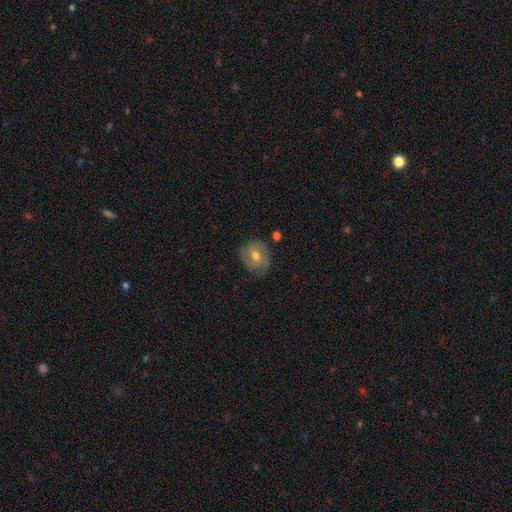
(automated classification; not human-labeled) This is possibly a smooth galaxy (46%). Merging: likely none (75%).